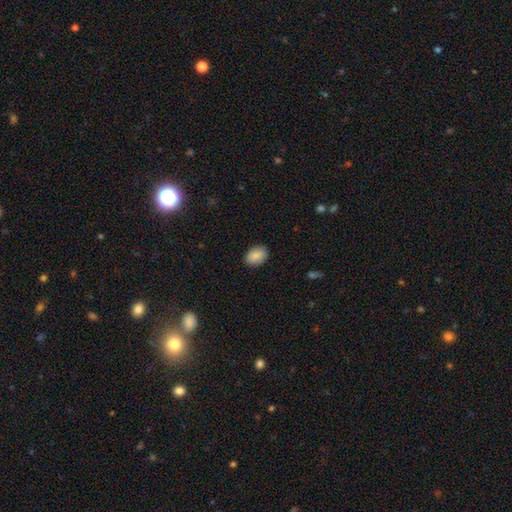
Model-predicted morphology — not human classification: This is clearly a smooth galaxy (88%). How rounded: clearly in between (81%). Merging: clearly none (88%).